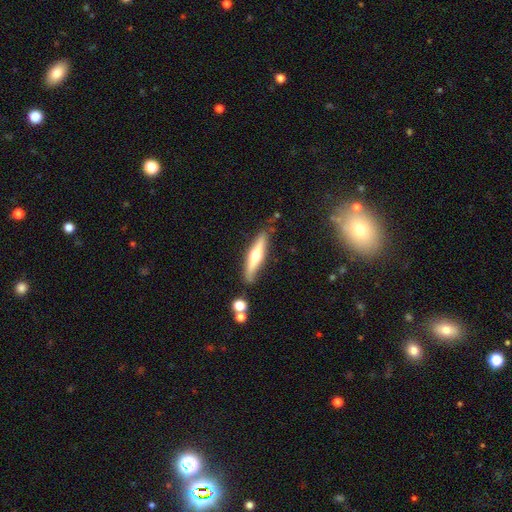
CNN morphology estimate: This is possibly a featured or disk galaxy (58%). It is clearly viewed edge-on (94%). Edge-on bulge: clearly rounded (92%). Merging: likely none (80%).